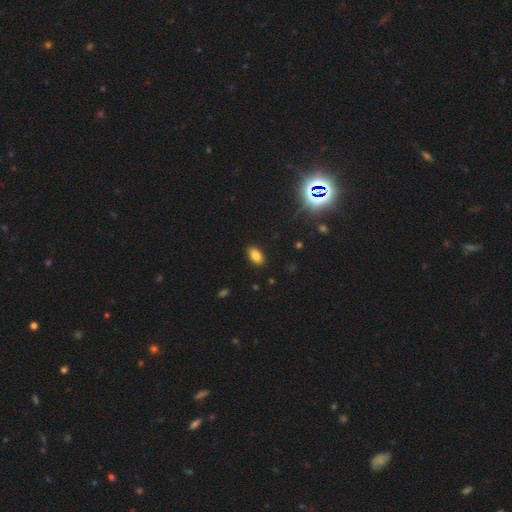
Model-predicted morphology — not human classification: Q: Smooth or featured?
A: smooth (82%); runner-up: star or artifact (12%)
Q: How rounded?
A: in between (92%); runner-up: round (5%)
Q: Merging?
A: none (88%); runner-up: minor disturbance (8%)